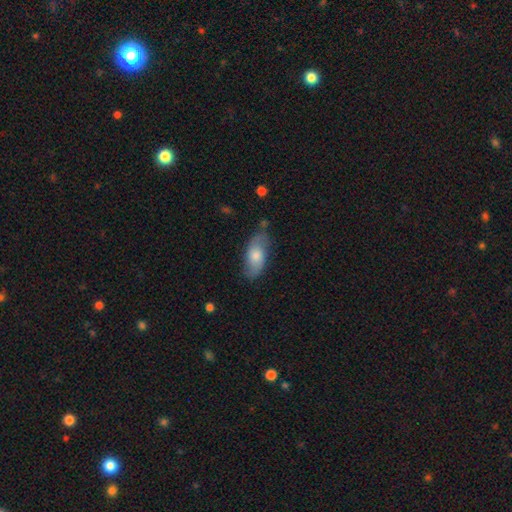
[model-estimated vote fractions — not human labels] A smooth galaxy with no disk features (57%) that is in between round and cigar-shaped (86%). Merging: none (72%).